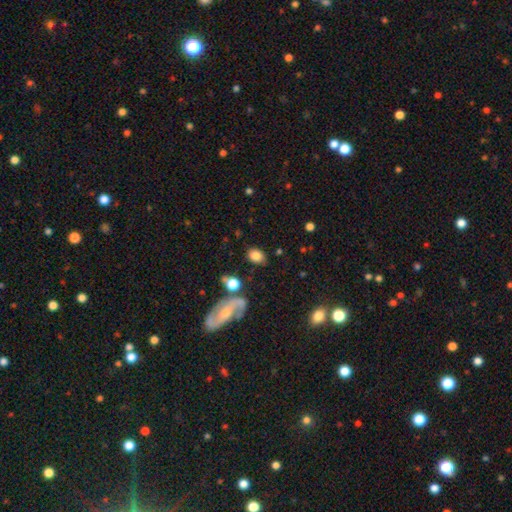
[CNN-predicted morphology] smooth-or-featured: smooth: 78% | featured or disk: 13% | star or artifact: 10%
  how-rounded: in between: 73% | round: 25% | cigar-shaped: 2%
  merging: none: 74% | minor disturbance: 14% | merger: 6% | major disturbance: 5%